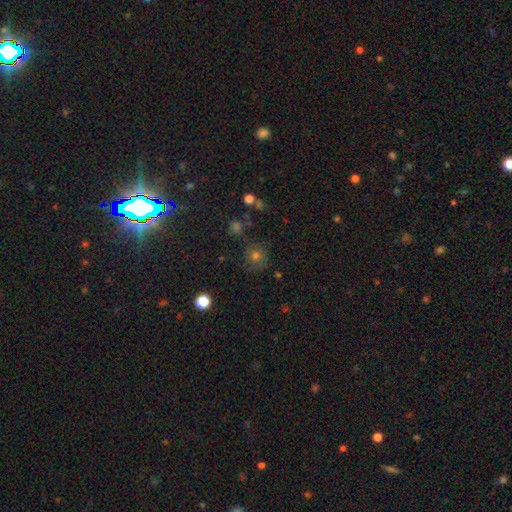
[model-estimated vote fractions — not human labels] A smooth galaxy with no disk features (59%) that is round (89%). Merging: none (79%).